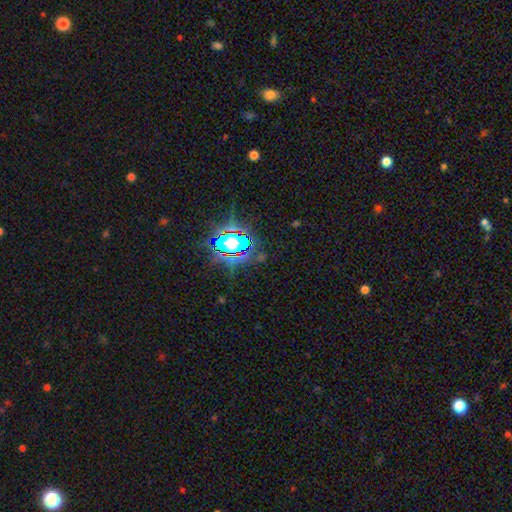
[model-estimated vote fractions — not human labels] Morphology: type=star or artifact (80%).